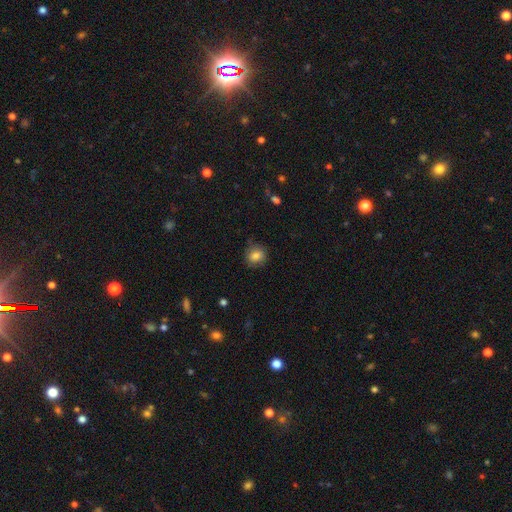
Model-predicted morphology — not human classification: This appears to be a smooth galaxy with no disk features (80%) that is round (76%). Merging: none (79%).